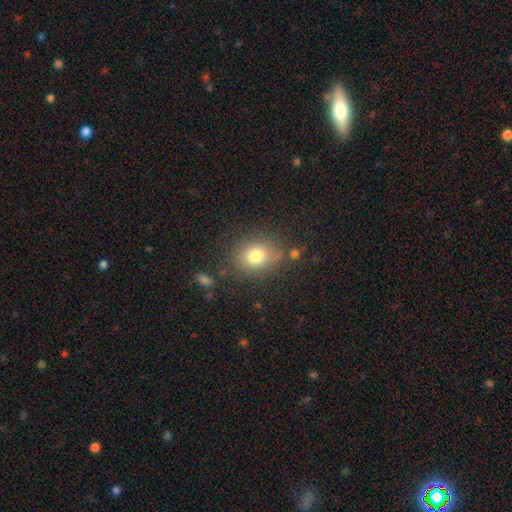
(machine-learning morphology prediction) A smooth galaxy with no disk features (78%) that is round (54%).

Vote fractions:
- Smooth or featured? smooth: 78% / star or artifact: 12% / featured or disk: 10%
- How rounded? round: 54% / in between: 45% / cigar-shaped: 1%
- Merging? none: 77% / minor disturbance: 14% / major disturbance: 5% / merger: 4%